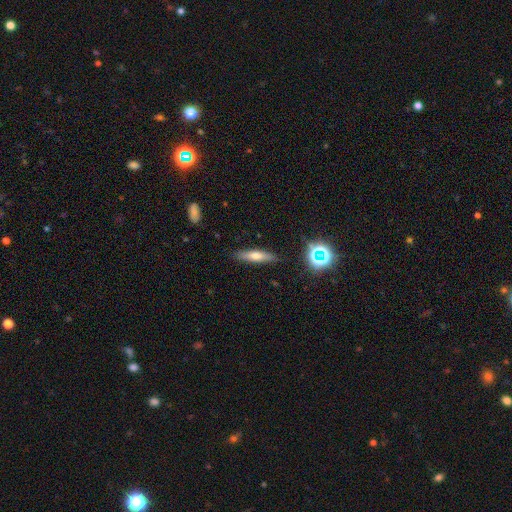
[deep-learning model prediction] smooth-or-featured: smooth: 57% | featured or disk: 32% | star or artifact: 11%
  how-rounded: cigar-shaped: 78% | in between: 19% | round: 3%
  merging: none: 87% | minor disturbance: 9% | major disturbance: 2% | merger: 1%